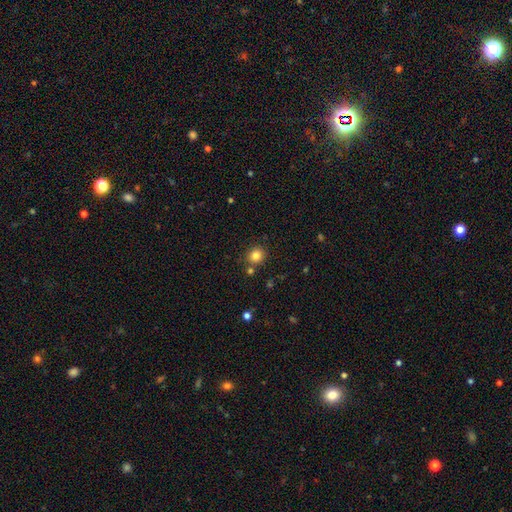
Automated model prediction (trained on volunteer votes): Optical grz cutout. It shows a smooth galaxy with no disk features (83%) that is round (86%). Merging: none (81%).